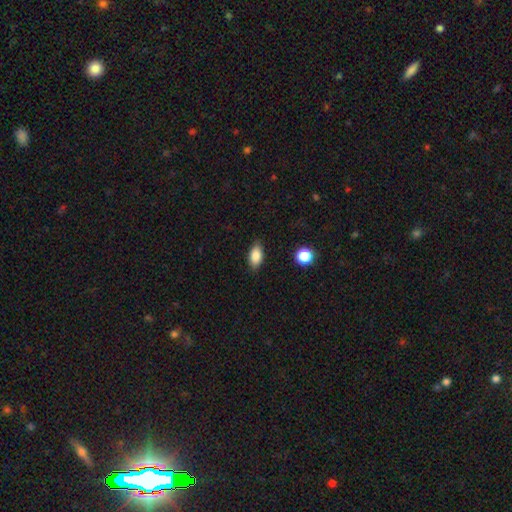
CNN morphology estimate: Smooth or featured?
  - smooth: 85% *
  - star or artifact: 8%
  - featured or disk: 7%
How rounded?
  - in between: 88% *
  - round: 7%
  - cigar-shaped: 4%
Merging?
  - none: 84% *
  - minor disturbance: 12%
  - major disturbance: 3%
  - merger: 1%